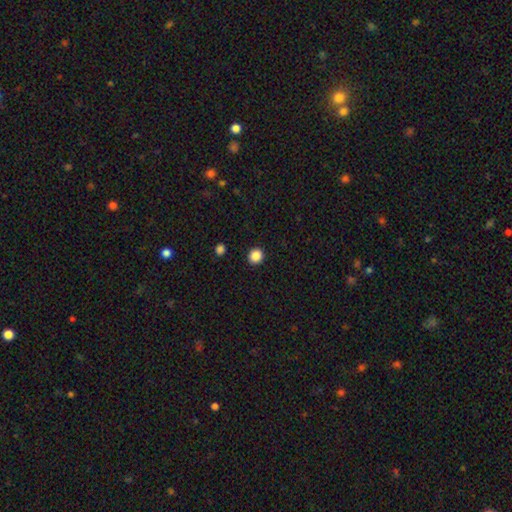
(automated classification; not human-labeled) Overall: smooth (87%). How rounded: round (91%). Merging: none (92%).